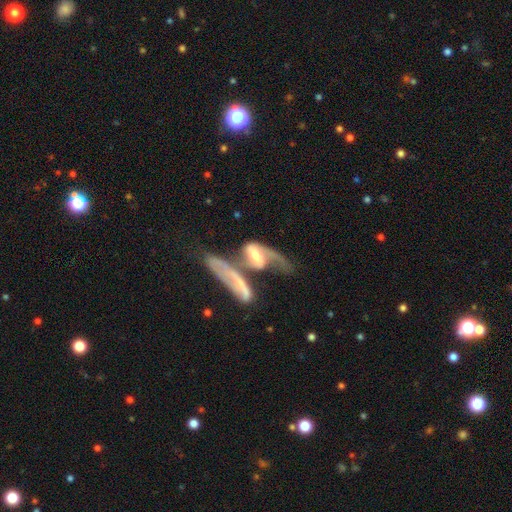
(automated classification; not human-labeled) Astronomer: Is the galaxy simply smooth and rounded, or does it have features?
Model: featured or disk — 71%.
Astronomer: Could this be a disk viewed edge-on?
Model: no — 83%.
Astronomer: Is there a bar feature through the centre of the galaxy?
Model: weak — 40% (runner-up: strong, 31%).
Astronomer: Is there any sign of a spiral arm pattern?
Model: yes — 82%.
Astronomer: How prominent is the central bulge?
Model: moderate — 50% (runner-up: small, 27%).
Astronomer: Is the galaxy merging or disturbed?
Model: merger — 55%.